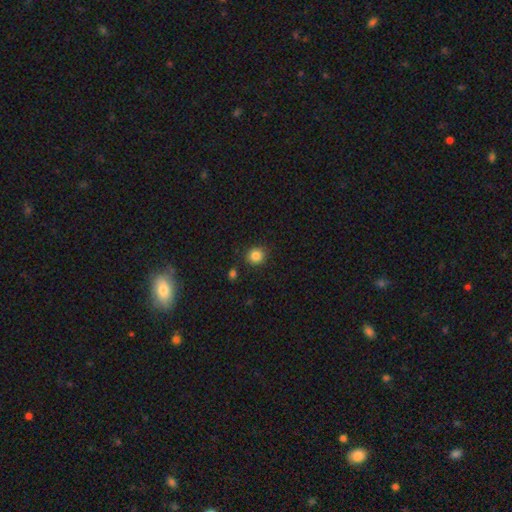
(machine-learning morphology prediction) Smooth or featured? Predicted: smooth (p=0.85). How rounded? Predicted: round (p=0.90). Merging? Predicted: none (p=0.87).